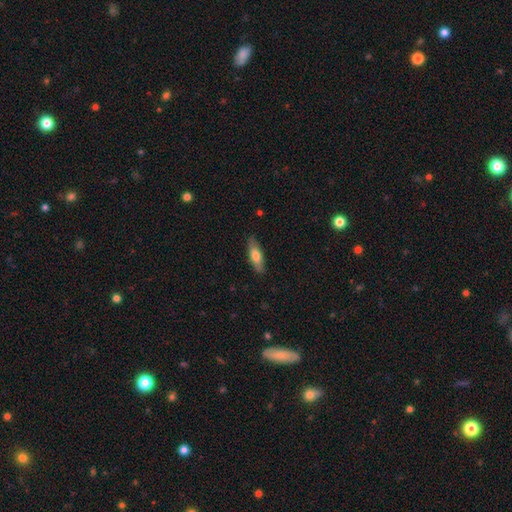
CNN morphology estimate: A smooth galaxy with no disk features (69%) that is in between round and cigar-shaped (55%).

Vote fractions:
- Smooth or featured? smooth: 69% / featured or disk: 26% / star or artifact: 6%
- How rounded? in between: 55% / cigar-shaped: 43% / round: 2%
- Merging? none: 85% / minor disturbance: 11% / major disturbance: 2% / merger: 1%